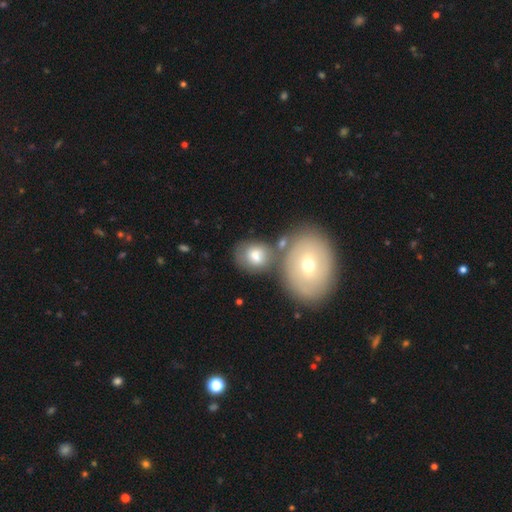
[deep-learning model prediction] Morphology: type=smooth (72%); roundness=round (54%); merging=none (48%).